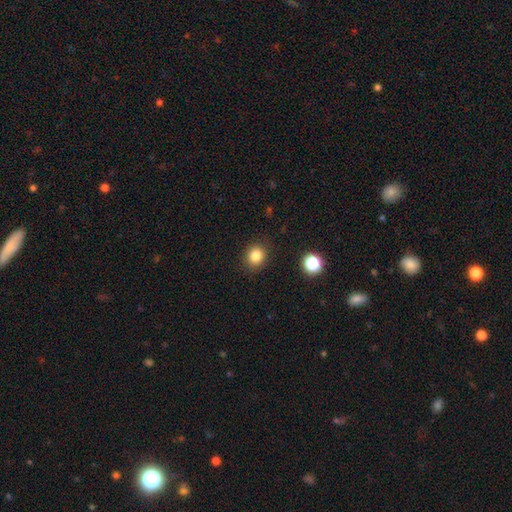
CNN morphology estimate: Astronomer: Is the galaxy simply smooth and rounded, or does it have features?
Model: smooth — 83%.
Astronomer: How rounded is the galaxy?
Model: round — 80%.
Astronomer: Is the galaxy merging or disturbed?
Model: none — 89%.